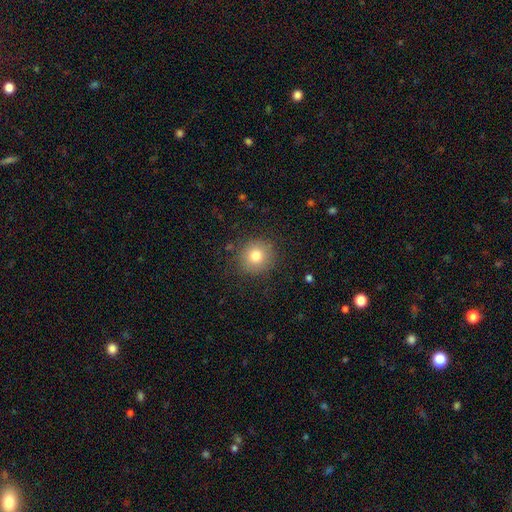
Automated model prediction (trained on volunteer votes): Smooth or featured? Predicted: smooth (p=0.78). How rounded? Predicted: round (p=0.91). Merging? Predicted: none (p=0.87).